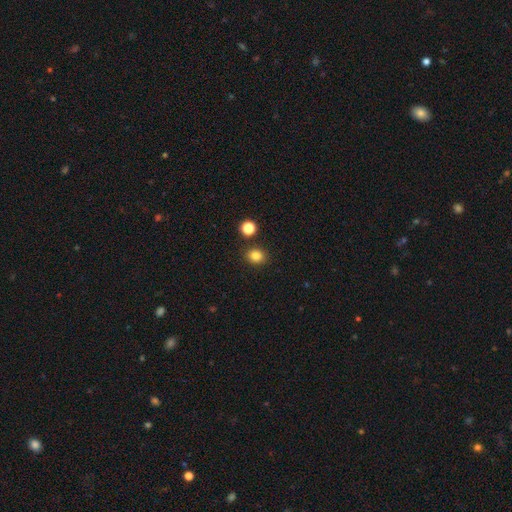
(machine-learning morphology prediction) A smooth galaxy with no disk features (83%) that is round (66%). Merging: none (86%).